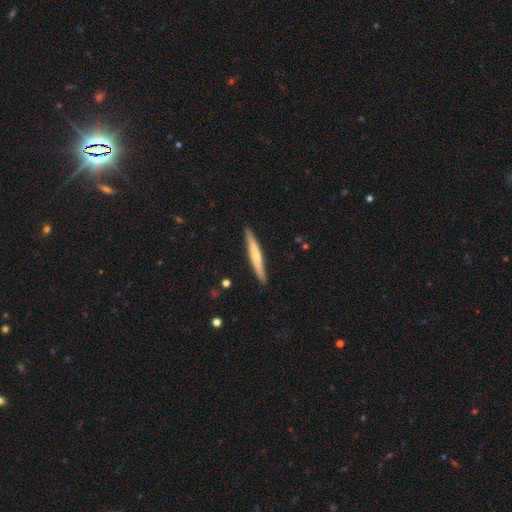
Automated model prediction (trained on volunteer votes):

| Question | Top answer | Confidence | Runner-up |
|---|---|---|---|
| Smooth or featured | smooth | 49% | featured or disk (46%) |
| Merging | none | 90% | minor disturbance (8%) |